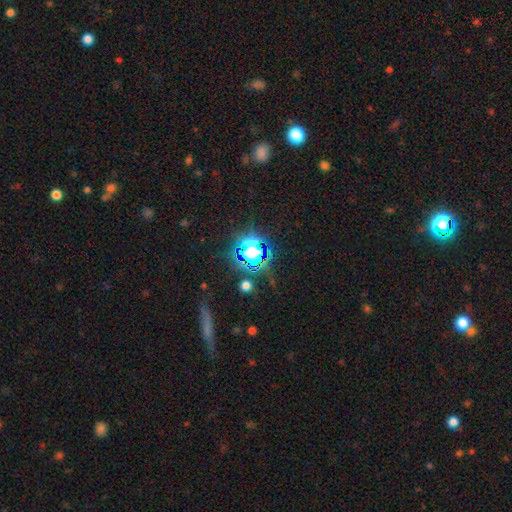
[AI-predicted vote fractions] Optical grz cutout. It shows a star or artifact, not a galaxy (69%).